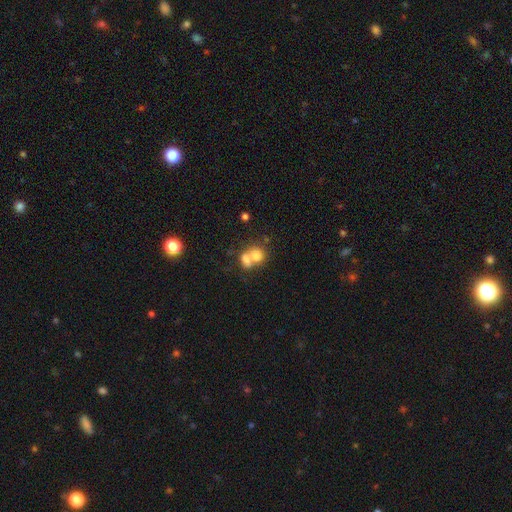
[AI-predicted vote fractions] smooth_or_featured: smooth (p=0.70) [alt: featured or disk p=0.19]
how_rounded: round (p=0.59) [alt: in between p=0.39]
merging: merger (p=0.66) [alt: none p=0.23]